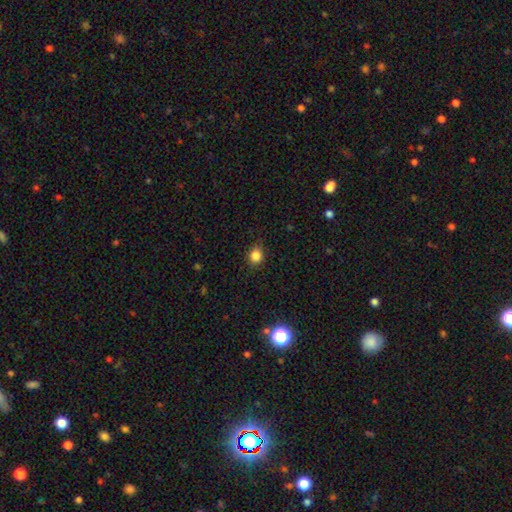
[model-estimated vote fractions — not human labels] smooth-or-featured: smooth: 84% | star or artifact: 12% | featured or disk: 4%
  how-rounded: round: 76% | in between: 23% | cigar-shaped: 1%
  merging: none: 85% | minor disturbance: 12% | major disturbance: 3% | merger: 1%